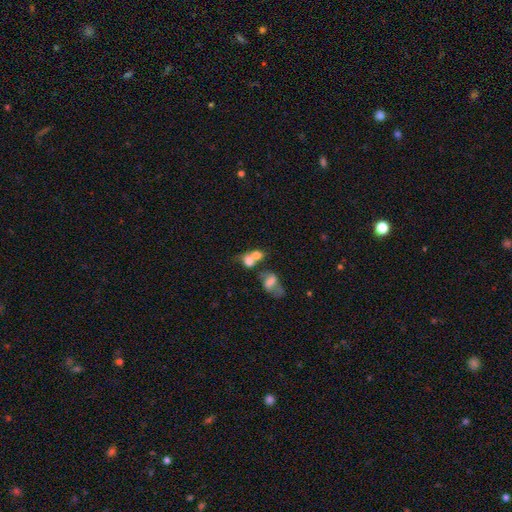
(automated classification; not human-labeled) Overall: smooth (68%). How rounded: in between (59%; round 39%). Merging: merger (62%).